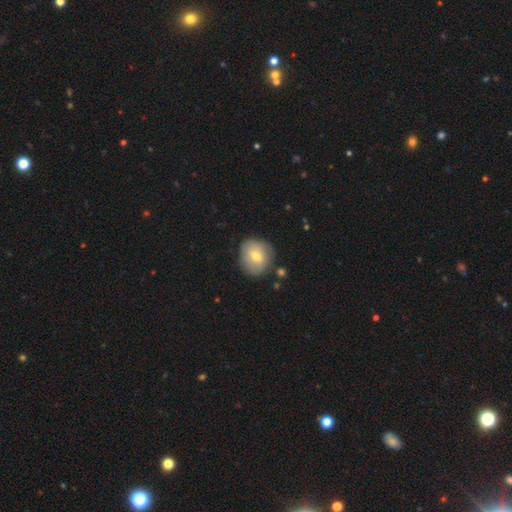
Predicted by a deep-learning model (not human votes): This appears to be a smooth galaxy with no disk features (62%) that is round (82%). Merging: none (79%).